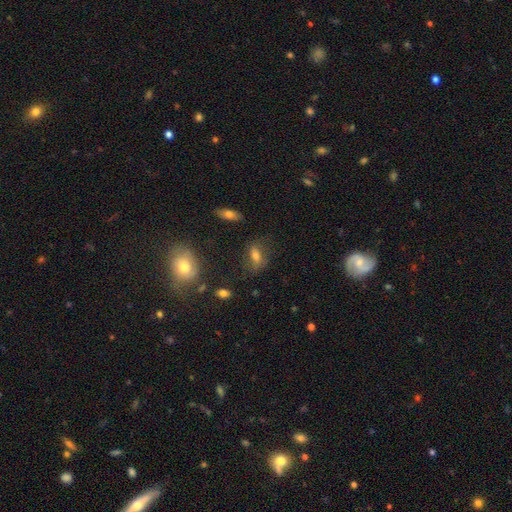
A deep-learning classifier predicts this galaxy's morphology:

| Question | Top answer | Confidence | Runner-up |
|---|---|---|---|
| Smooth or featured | smooth | 59% | featured or disk (26%) |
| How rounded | in between | 76% | round (16%) |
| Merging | none | 65% | minor disturbance (21%) |